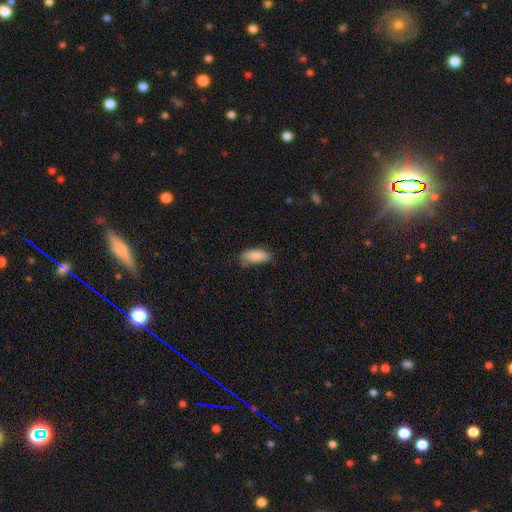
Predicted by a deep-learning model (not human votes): This is clearly a smooth galaxy (86%). How rounded: likely in between (78%). Merging: likely none (73%).